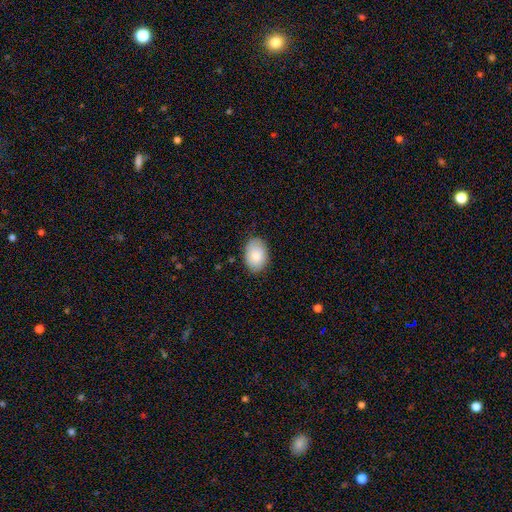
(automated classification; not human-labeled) Morphology: type=smooth (82%); roundness=in between (81%); merging=none (83%).